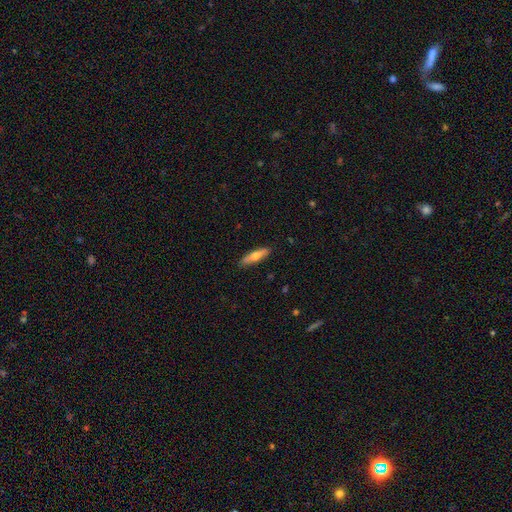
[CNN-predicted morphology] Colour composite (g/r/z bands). It shows a smooth galaxy with no disk features (59%) that is cigar-shaped (72%). Merging: none (88%).